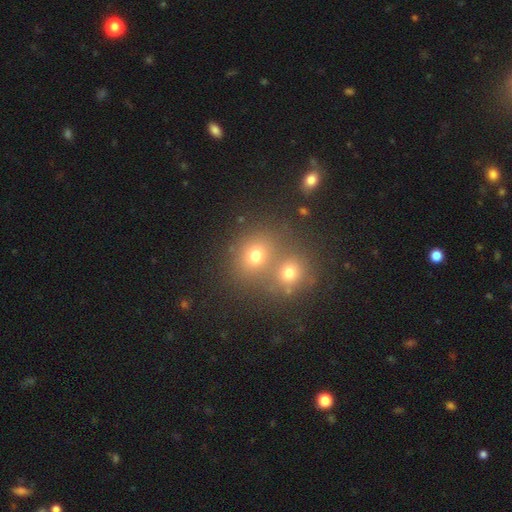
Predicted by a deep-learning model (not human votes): The model was most divided on "merging": merger: 46%, none: 44%, minor disturbance: 7%, major disturbance: 3%. More confident: how rounded — round (74%); smooth or featured — smooth (70%).